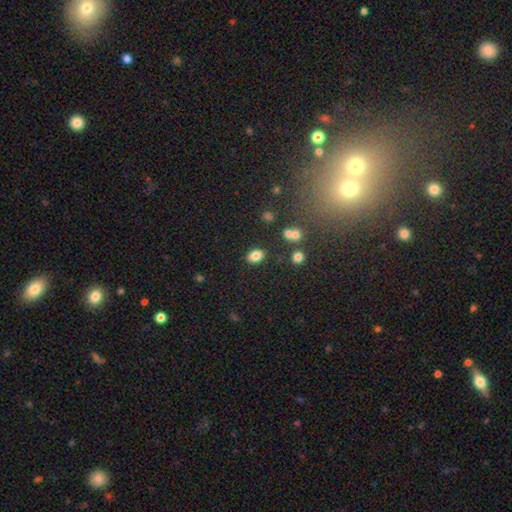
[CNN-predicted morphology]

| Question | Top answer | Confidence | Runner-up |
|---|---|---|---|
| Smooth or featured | smooth | 83% | star or artifact (10%) |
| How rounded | in between | 76% | round (23%) |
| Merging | none | 84% | minor disturbance (10%) |